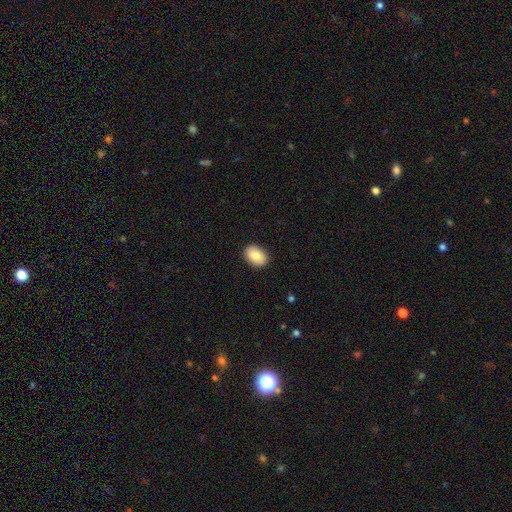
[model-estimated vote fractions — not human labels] Q: Smooth or featured?
A: smooth (84%); runner-up: featured or disk (9%)
Q: How rounded?
A: in between (82%); runner-up: round (17%)
Q: Merging?
A: none (90%); runner-up: minor disturbance (8%)